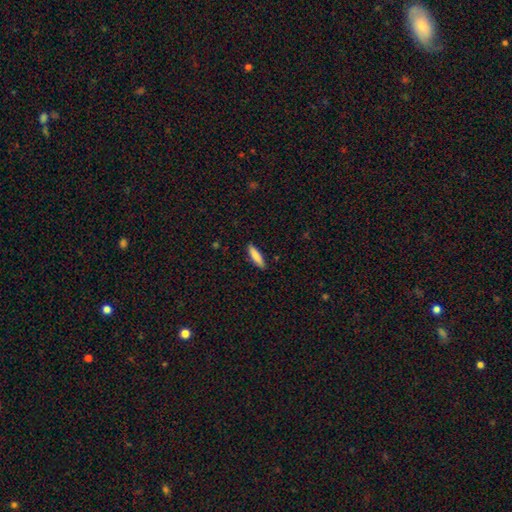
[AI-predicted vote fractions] Smooth or featured?
  - smooth: 86% *
  - featured or disk: 8%
  - star or artifact: 6%
How rounded?
  - cigar-shaped: 72% *
  - in between: 26%
  - round: 1%
Merging?
  - none: 89% *
  - minor disturbance: 9%
  - major disturbance: 2%
  - merger: 1%